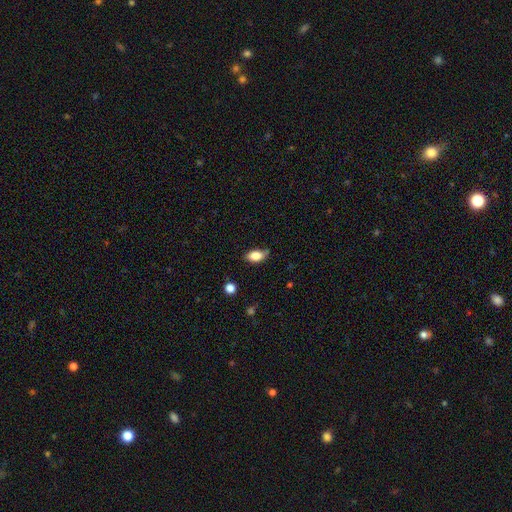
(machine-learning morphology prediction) This appears to be a smooth galaxy with no disk features (84%) that is in between round and cigar-shaped (90%). Merging: none (70%).